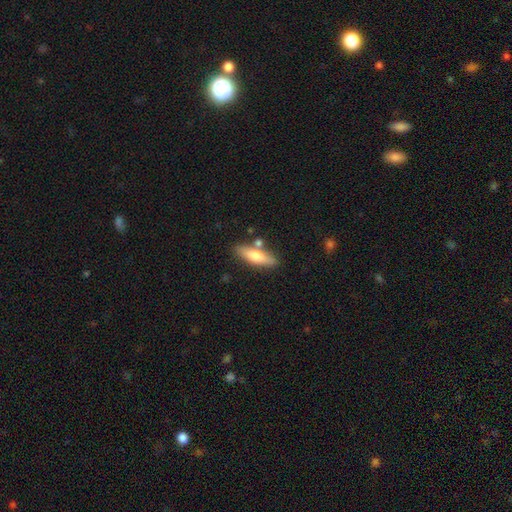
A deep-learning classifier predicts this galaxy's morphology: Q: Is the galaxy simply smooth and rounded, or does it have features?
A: smooth — 64%.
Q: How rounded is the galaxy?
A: cigar-shaped — 58%.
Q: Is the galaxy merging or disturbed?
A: none — 76%.